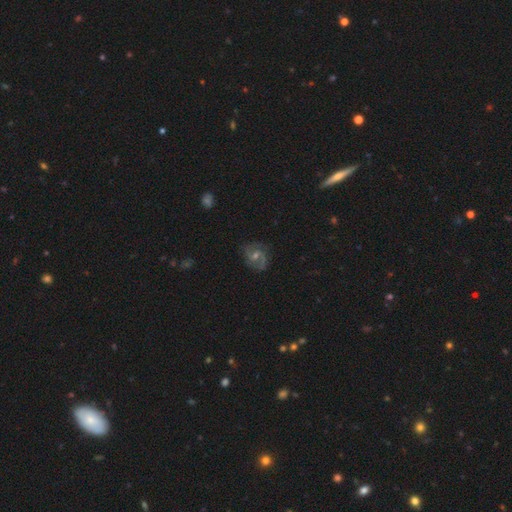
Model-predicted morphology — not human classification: The model was most divided on "bar": no: 46%, weak: 43%, strong: 11%. More confident: edge-on disk — no (97%); spiral arms — yes (94%); merging — none (82%); spiral arm count — 2 (80%); smooth or featured — featured or disk (78%); bulge size — moderate (56%); spiral winding — medium (51%).